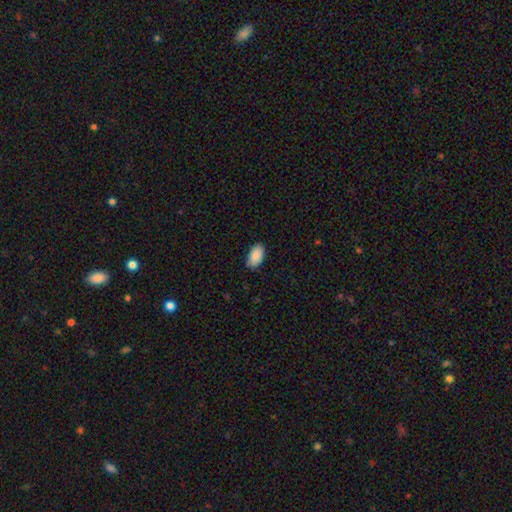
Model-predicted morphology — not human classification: Smooth or featured?
  - smooth: 90% *
  - star or artifact: 6%
  - featured or disk: 4%
How rounded?
  - in between: 94% *
  - round: 4%
  - cigar-shaped: 2%
Merging?
  - none: 80% *
  - minor disturbance: 17%
  - major disturbance: 3%
  - merger: 1%